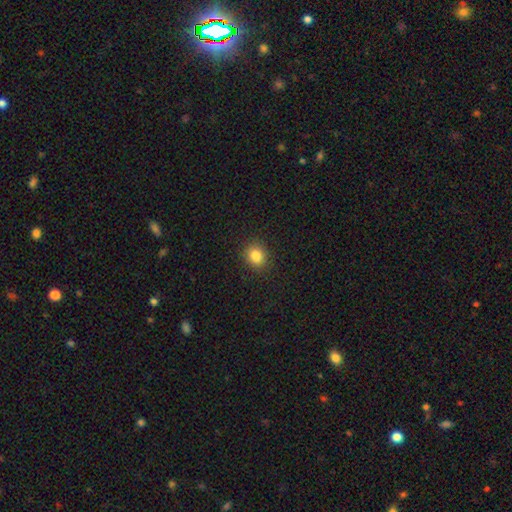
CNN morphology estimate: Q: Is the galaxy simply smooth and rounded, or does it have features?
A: smooth — 85%.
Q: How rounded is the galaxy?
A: round — 61%.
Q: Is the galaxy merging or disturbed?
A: none — 88%.